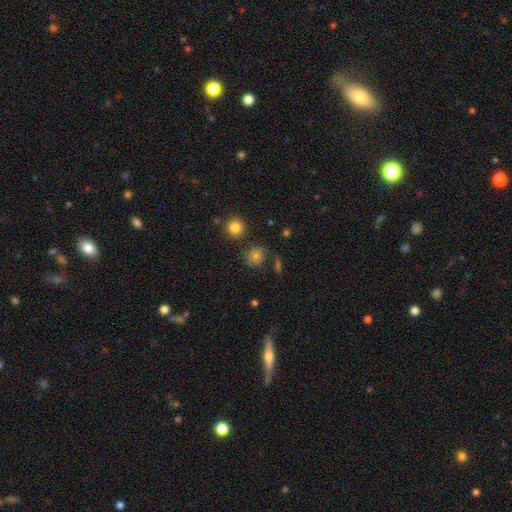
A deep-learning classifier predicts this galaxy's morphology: Smooth or featured?
  - smooth: 64% *
  - featured or disk: 18%
  - star or artifact: 18%
How rounded?
  - round: 84% *
  - in between: 15%
  - cigar-shaped: 1%
Merging?
  - none: 69% *
  - minor disturbance: 15%
  - merger: 8%
  - major disturbance: 8%